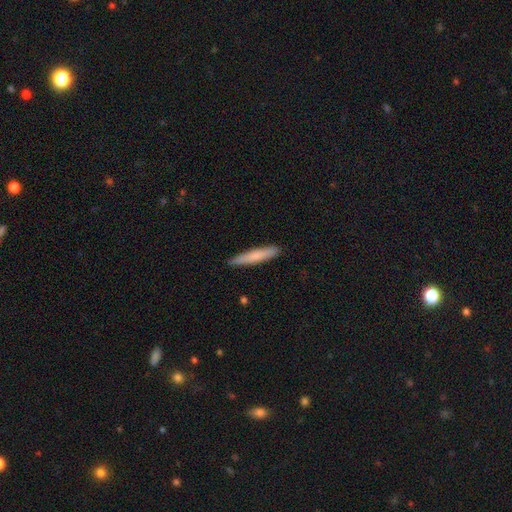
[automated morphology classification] Q: Smooth or featured?
A: smooth (75%); runner-up: featured or disk (20%)
Q: How rounded?
A: cigar-shaped (93%); runner-up: in between (6%)
Q: Merging?
A: none (89%); runner-up: minor disturbance (8%)